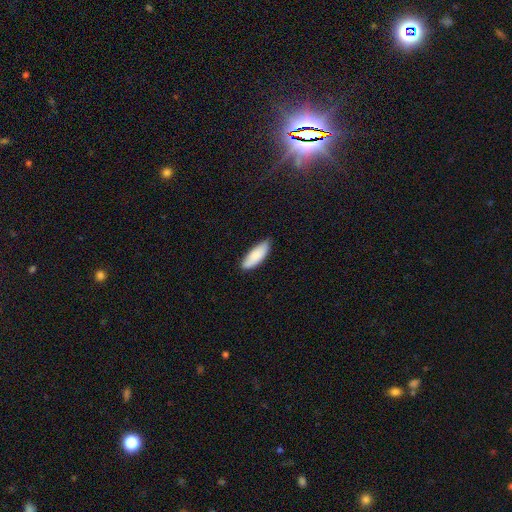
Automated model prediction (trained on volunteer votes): This is clearly a smooth galaxy (86%). How rounded: likely in between (66%). Merging: likely none (79%).